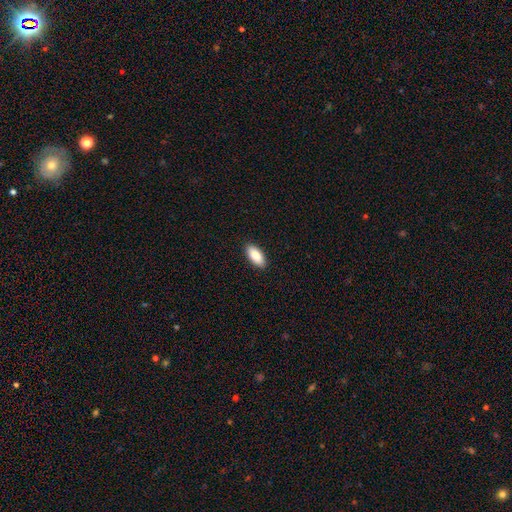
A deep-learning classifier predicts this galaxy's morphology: This appears to be a smooth galaxy with no disk features (88%) that is in between round and cigar-shaped (89%). Merging: none (91%).